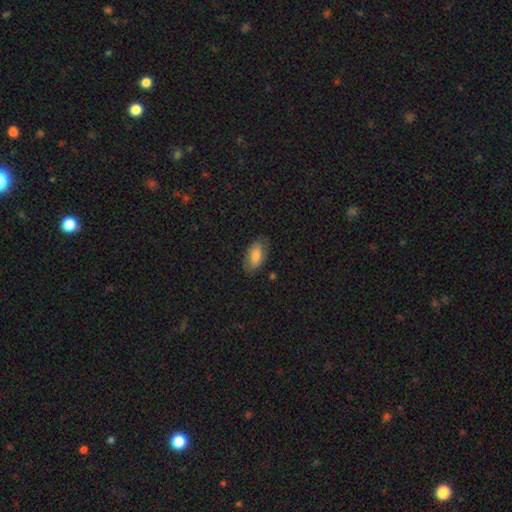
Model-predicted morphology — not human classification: Overall: smooth (74%). How rounded: in between (91%). Merging: none (79%).